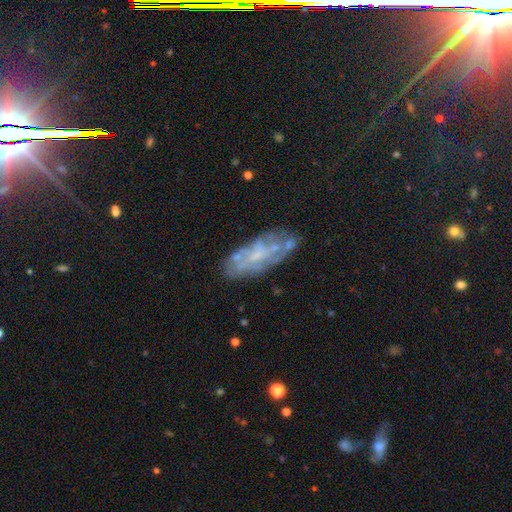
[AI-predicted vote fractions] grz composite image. It shows a featured or disk galaxy (49%). Merging: none (78%).